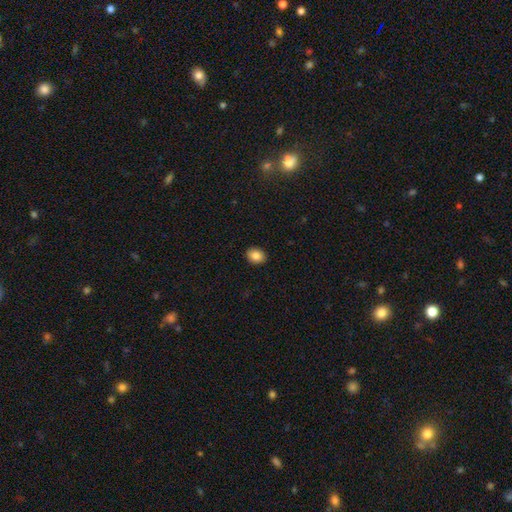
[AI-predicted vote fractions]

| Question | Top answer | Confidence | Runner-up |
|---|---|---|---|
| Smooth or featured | smooth | 85% | star or artifact (9%) |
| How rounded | in between | 57% | round (42%) |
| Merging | none | 91% | minor disturbance (7%) |